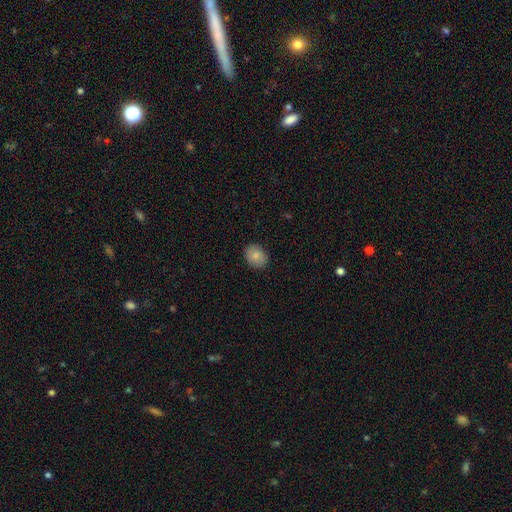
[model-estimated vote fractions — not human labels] Smooth or featured? Predicted: smooth (p=0.82). How rounded? Predicted: in between (p=0.56). Merging? Predicted: none (p=0.88).